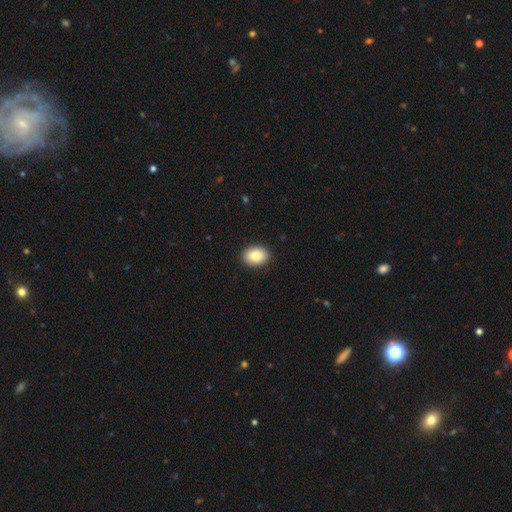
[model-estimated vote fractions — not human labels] smooth_or_featured: smooth (p=0.87) [alt: star or artifact p=0.07]
how_rounded: in between (p=0.77) [alt: round p=0.22]
merging: none (p=0.91) [alt: minor disturbance p=0.06]